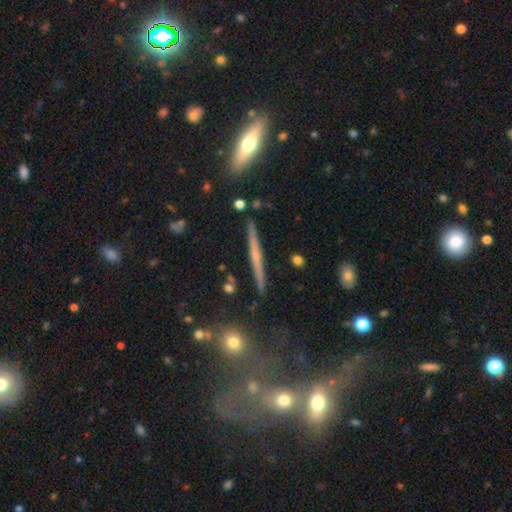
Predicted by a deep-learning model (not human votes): A featured or disk galaxy (68%) viewed edge-on (98%) with a rounded central bulge (61%). Merging: none (89%).